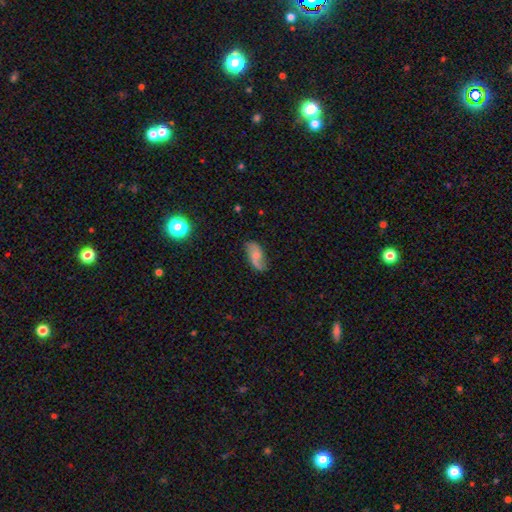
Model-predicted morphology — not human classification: Q: Smooth or featured?
A: featured or disk (55%); runner-up: smooth (37%)
Q: Edge-on disk?
A: no (94%); runner-up: yes (6%)
Q: Bar?
A: no (61%); runner-up: weak (33%)
Q: Spiral arms?
A: yes (89%); runner-up: no (11%)
Q: Bulge size?
A: small (40%); runner-up: none (29%)
Q: Merging?
A: none (63%); runner-up: minor disturbance (25%)